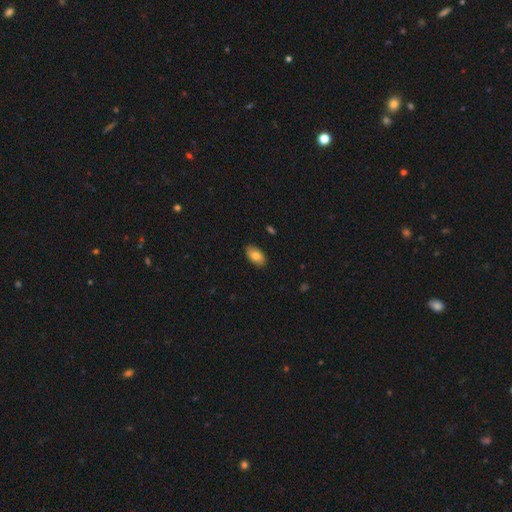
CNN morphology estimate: smooth 79%, featured or disk 14%, star or artifact 7%. Down the decision tree: how rounded — in between (94%); merging — none (88%).